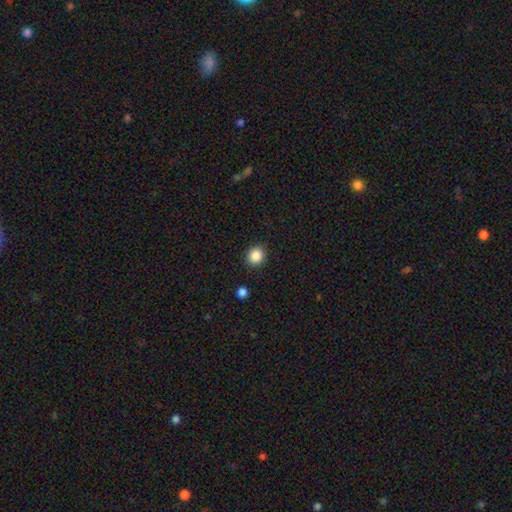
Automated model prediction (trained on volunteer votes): Q: Smooth or featured?
A: smooth (87%); runner-up: star or artifact (10%)
Q: How rounded?
A: round (83%); runner-up: in between (16%)
Q: Merging?
A: none (89%); runner-up: minor disturbance (7%)